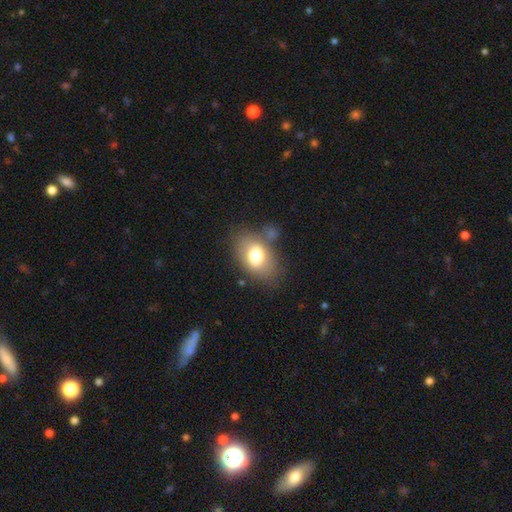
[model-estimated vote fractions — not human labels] smooth-or-featured: smooth: 71% | featured or disk: 20% | star or artifact: 9%
  how-rounded: in between: 81% | round: 18% | cigar-shaped: 1%
  merging: none: 61% | minor disturbance: 18% | merger: 12% | major disturbance: 8%